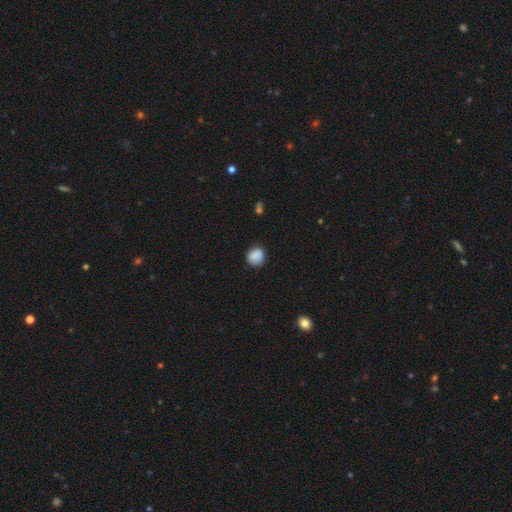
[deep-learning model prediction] Overall: smooth (84%). How rounded: round (78%). Merging: none (75%).